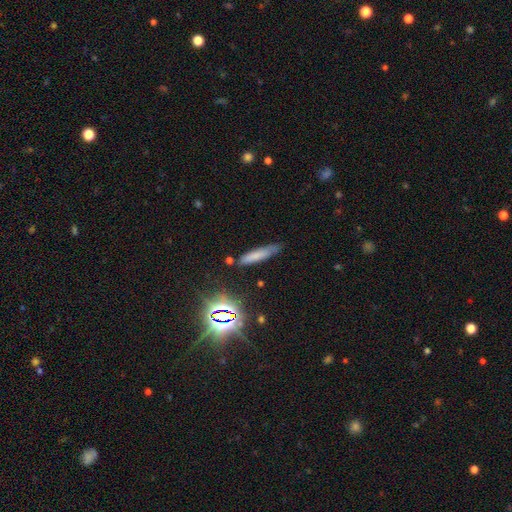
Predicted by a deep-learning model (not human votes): Smooth or featured?
  - smooth: 66% *
  - featured or disk: 18%
  - star or artifact: 16%
How rounded?
  - cigar-shaped: 84% *
  - in between: 13%
  - round: 2%
Merging?
  - none: 74% *
  - minor disturbance: 18%
  - major disturbance: 5%
  - merger: 3%